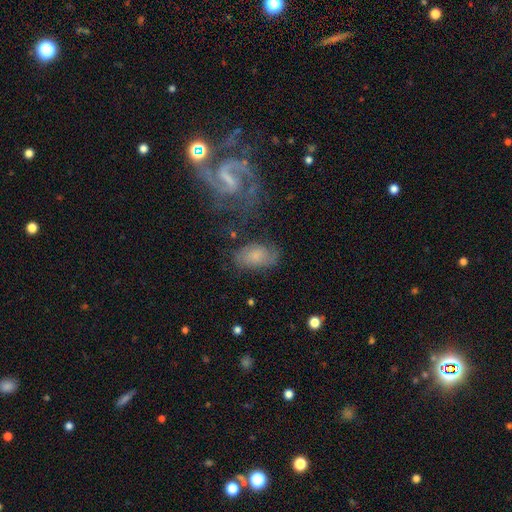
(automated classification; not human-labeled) Smooth or featured?
  - smooth: 46% *
  - featured or disk: 43%
  - star or artifact: 11%
Merging?
  - none: 59% *
  - minor disturbance: 21%
  - major disturbance: 12%
  - merger: 8%